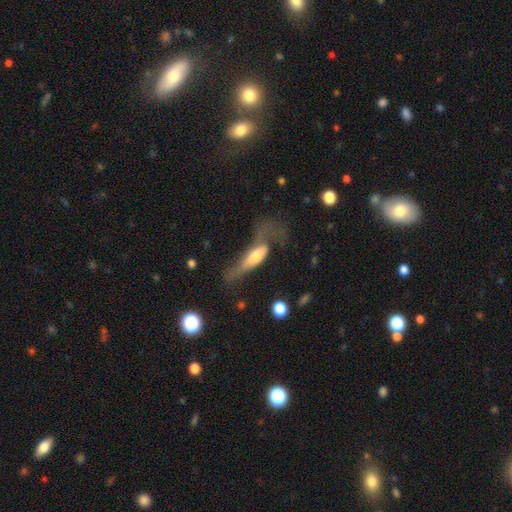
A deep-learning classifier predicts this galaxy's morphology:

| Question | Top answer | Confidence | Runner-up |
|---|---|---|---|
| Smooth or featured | smooth | 49% | featured or disk (43%) |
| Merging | major disturbance | 53% | none (22%) |